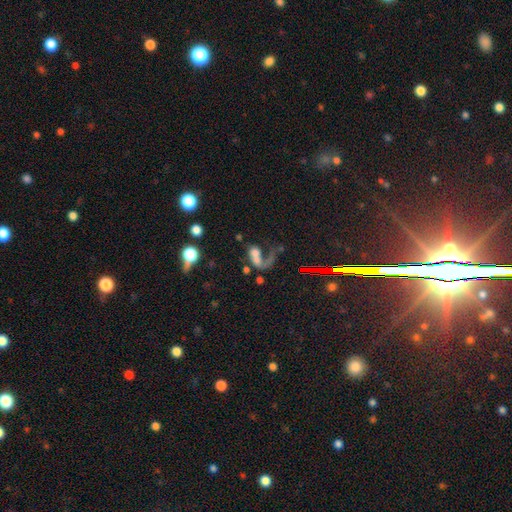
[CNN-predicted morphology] smooth_or_featured: smooth (p=0.41) [tied with: featured or disk p=0.41]
merging: merger (p=0.38) [alt: major disturbance p=0.33]